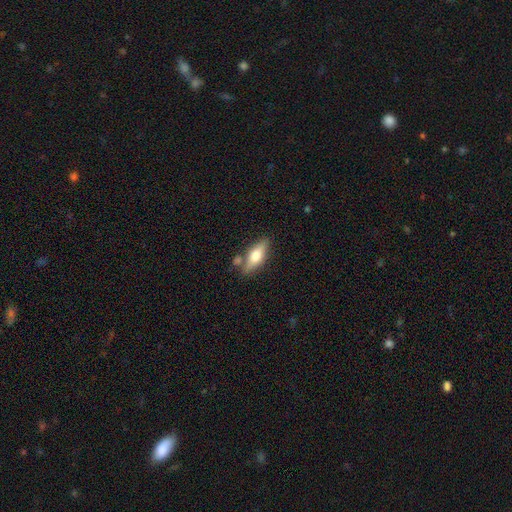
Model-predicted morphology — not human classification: Q: Smooth or featured?
A: smooth (61%); runner-up: featured or disk (32%)
Q: How rounded?
A: in between (64%); runner-up: cigar-shaped (33%)
Q: Merging?
A: none (70%); runner-up: minor disturbance (14%)